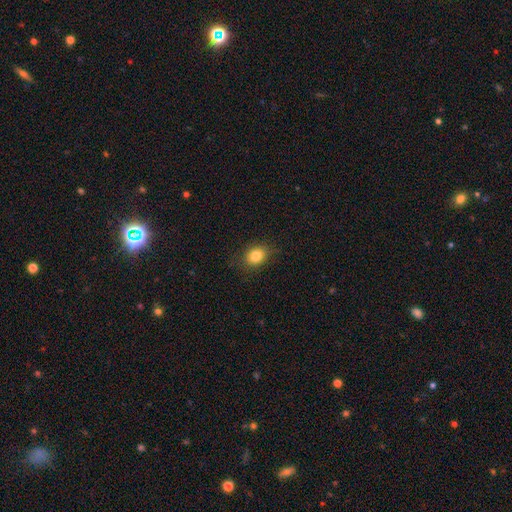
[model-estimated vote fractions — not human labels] smooth_or_featured: smooth (p=0.82) [alt: star or artifact p=0.11]
how_rounded: in between (p=0.55) [alt: round p=0.44]
merging: none (p=0.85) [alt: minor disturbance p=0.11]